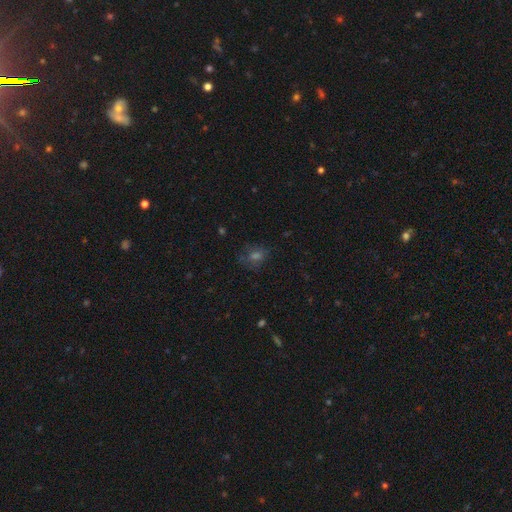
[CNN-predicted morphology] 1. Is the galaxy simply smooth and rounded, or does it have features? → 53% smooth, 31% star or artifact, 16% featured or disk.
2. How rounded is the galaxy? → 52% round, 46% in between, 2% cigar-shaped.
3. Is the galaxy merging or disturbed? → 71% none, 18% minor disturbance, 9% major disturbance, 2% merger.